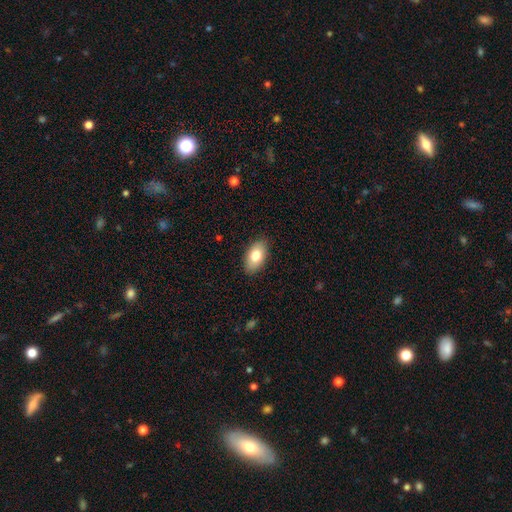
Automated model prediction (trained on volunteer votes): Overall: smooth (79%). How rounded: in between (93%). Merging: none (87%).